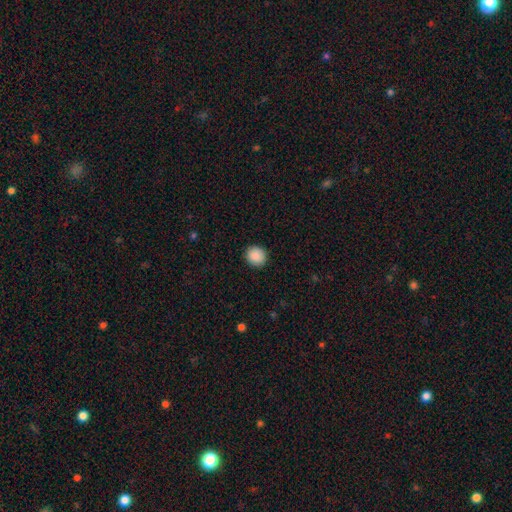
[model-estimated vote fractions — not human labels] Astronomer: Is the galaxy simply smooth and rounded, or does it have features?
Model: smooth — 90%.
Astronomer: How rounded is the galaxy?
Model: round — 88%.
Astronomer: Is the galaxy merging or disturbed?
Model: none — 91%.